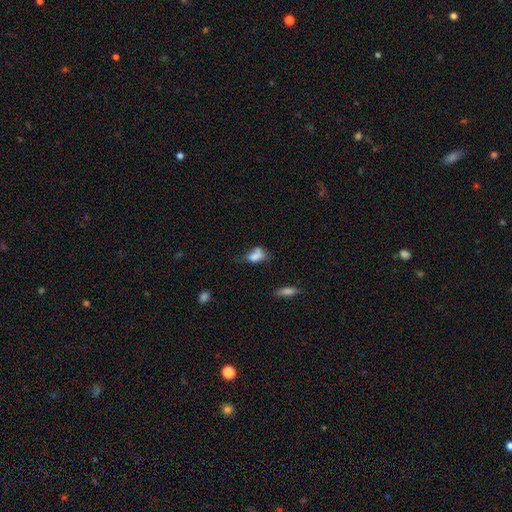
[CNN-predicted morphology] Q: Smooth or featured?
A: smooth (73%); runner-up: featured or disk (16%)
Q: How rounded?
A: in between (81%); runner-up: round (13%)
Q: Merging?
A: minor disturbance (29%); runner-up: none (27%)